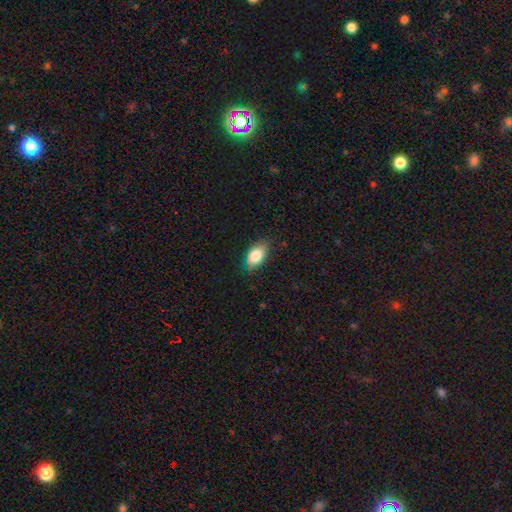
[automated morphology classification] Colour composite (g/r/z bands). It shows a smooth galaxy with no disk features (80%) that is in between round and cigar-shaped (87%). Merging: none (73%).